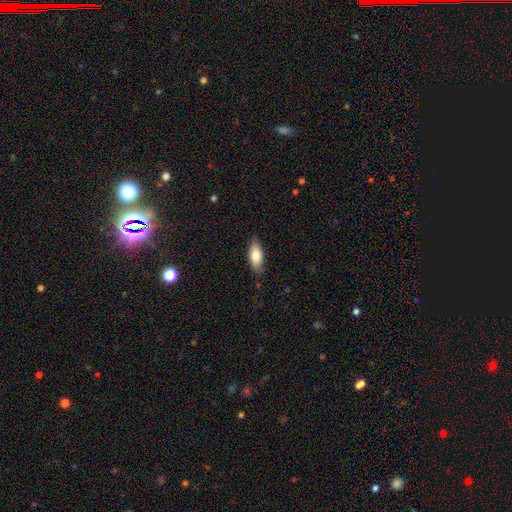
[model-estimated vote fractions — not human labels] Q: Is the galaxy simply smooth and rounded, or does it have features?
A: smooth — 80%.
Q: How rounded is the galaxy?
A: in between — 82%.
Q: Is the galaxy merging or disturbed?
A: none — 84%.